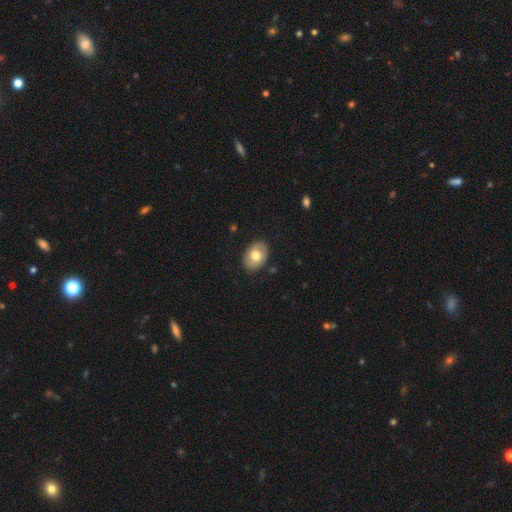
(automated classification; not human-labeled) Smooth or featured? Predicted: smooth (p=0.68). How rounded? Predicted: in between (p=0.83). Merging? Predicted: none (p=0.86).